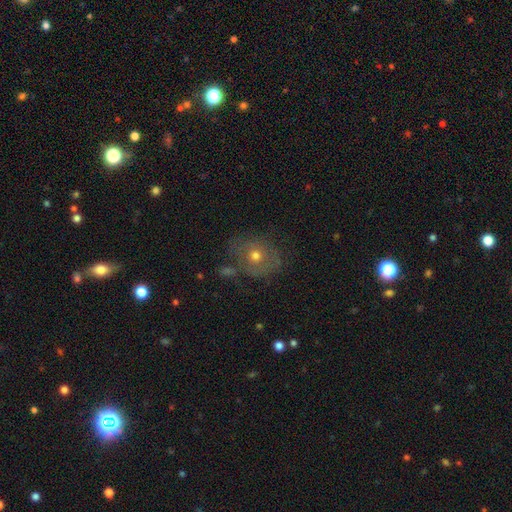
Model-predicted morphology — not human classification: Q: Smooth or featured?
A: smooth (46%); runner-up: featured or disk (41%)
Q: Merging?
A: none (63%); runner-up: minor disturbance (20%)